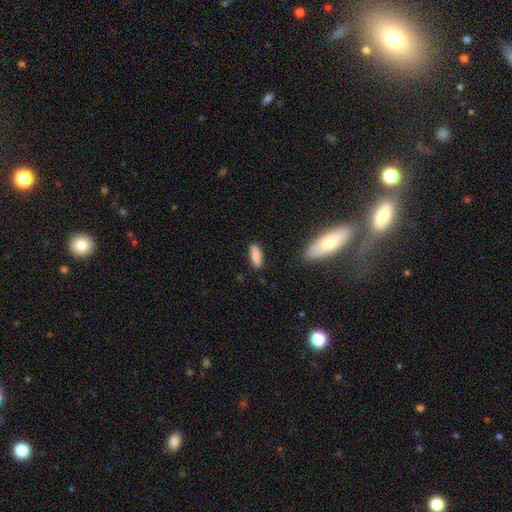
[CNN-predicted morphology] This is clearly a smooth galaxy (86%). How rounded: likely in between (63%). Merging: clearly none (84%).